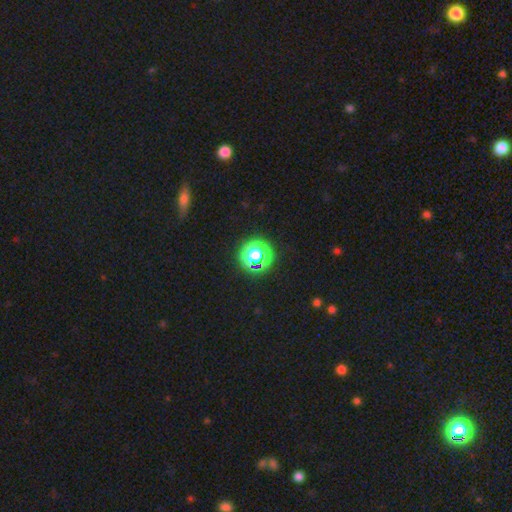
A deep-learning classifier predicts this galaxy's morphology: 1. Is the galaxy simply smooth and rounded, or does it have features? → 55% star or artifact, 35% smooth, 10% featured or disk.